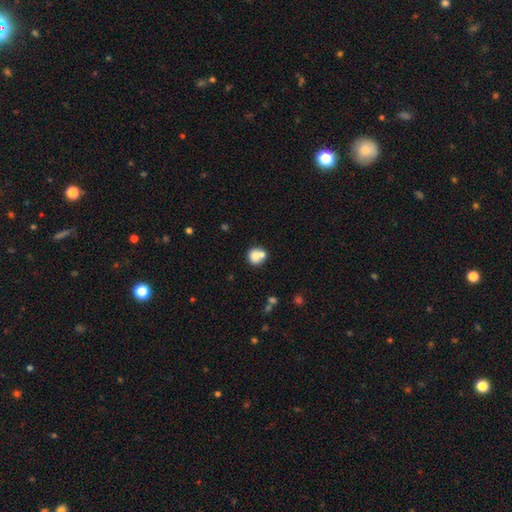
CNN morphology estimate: The model was most divided on "merging": none: 46%, merger: 42%, minor disturbance: 9%, major disturbance: 3%. More confident: how rounded — round (84%); smooth or featured — smooth (74%).